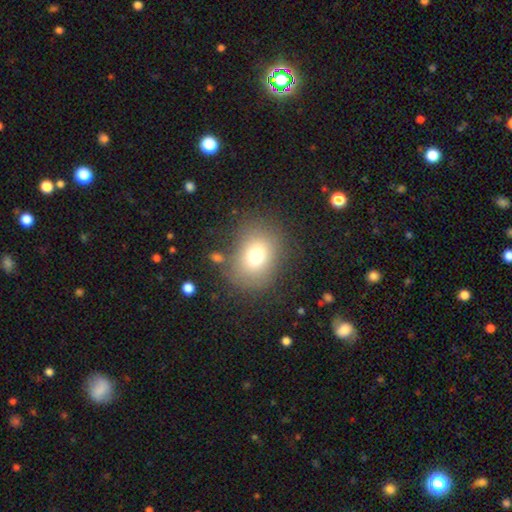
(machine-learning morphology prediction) smooth_or_featured: smooth (p=0.73) [alt: star or artifact p=0.13]
how_rounded: in between (p=0.50) [alt: round p=0.49]
merging: none (p=0.77) [alt: minor disturbance p=0.13]